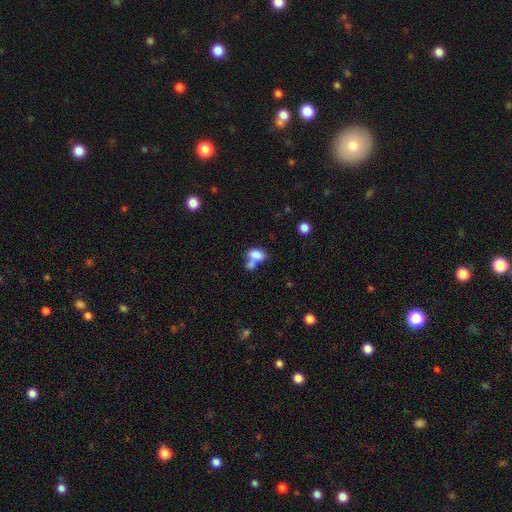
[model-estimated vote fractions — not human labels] Smooth or featured: smooth — 79% (featured or disk — 12%)
How rounded: in between — 85% (round — 12%)
Merging: merger — 60% (none — 23%)